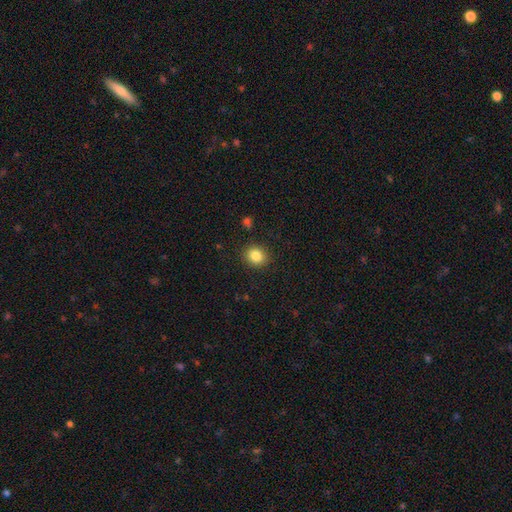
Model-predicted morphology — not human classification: smooth 84%, star or artifact 10%, featured or disk 6%. Down the decision tree: how rounded — round (77%); merging — none (89%).